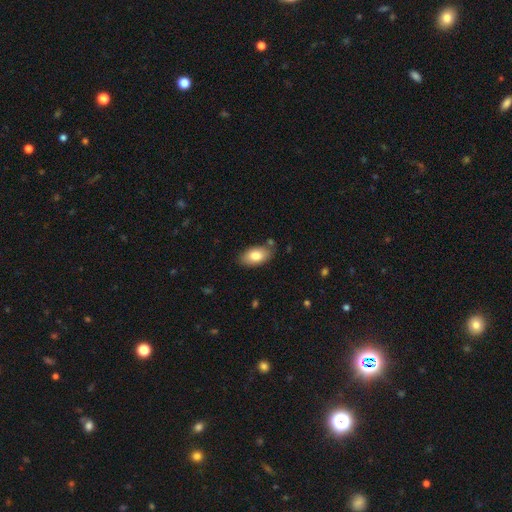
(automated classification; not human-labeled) smooth 81%, featured or disk 13%, star or artifact 7%. Down the decision tree: how rounded — in between (94%); merging — none (79%).